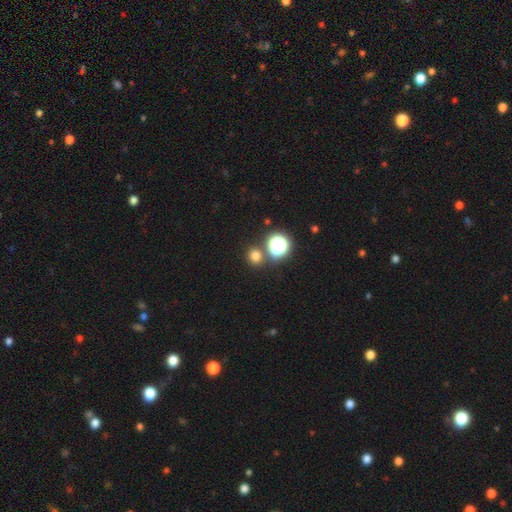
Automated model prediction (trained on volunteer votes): smooth-or-featured: smooth: 73% | star or artifact: 22% | featured or disk: 6%
  how-rounded: round: 83% | in between: 16% | cigar-shaped: 1%
  merging: none: 80% | merger: 10% | minor disturbance: 7% | major disturbance: 3%